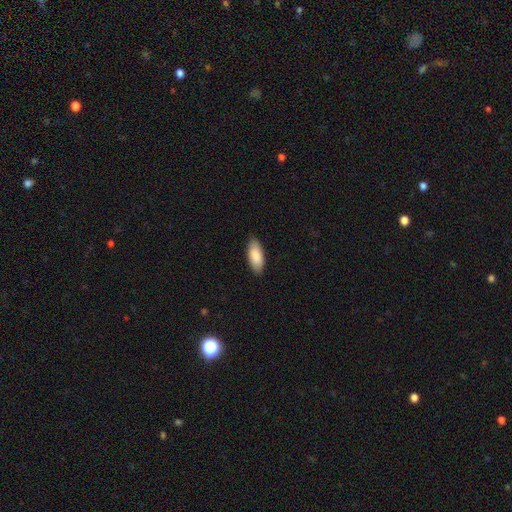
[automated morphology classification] This appears to be a smooth galaxy with no disk features (86%) that is in between round and cigar-shaped (84%). Merging: none (86%).